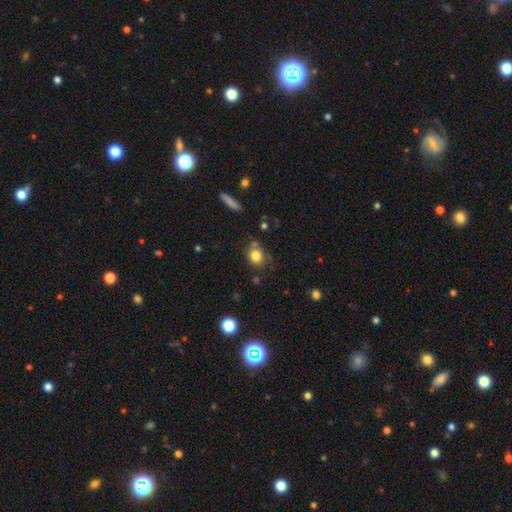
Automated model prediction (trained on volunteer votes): smooth_or_featured: smooth (p=0.81) [alt: star or artifact p=0.11]
how_rounded: round (p=0.73) [alt: in between p=0.26]
merging: none (p=0.69) [alt: minor disturbance p=0.17]